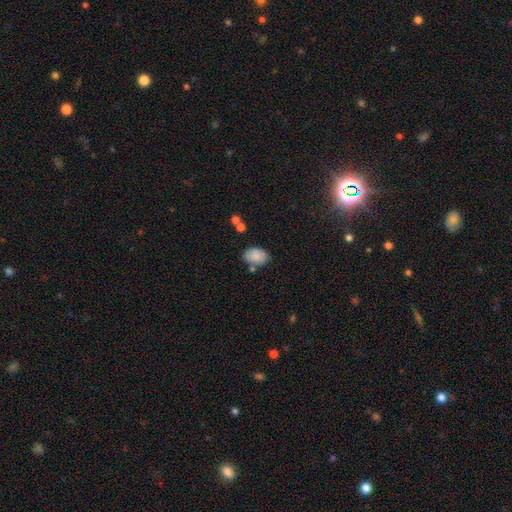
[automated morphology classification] Overall: smooth (79%). How rounded: in between (85%). Merging: none (65%).